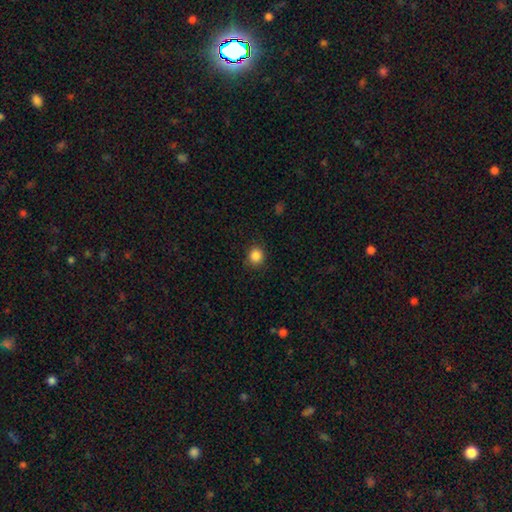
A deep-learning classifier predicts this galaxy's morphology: Q: Smooth or featured?
A: smooth (86%); runner-up: star or artifact (11%)
Q: How rounded?
A: round (88%); runner-up: in between (11%)
Q: Merging?
A: none (88%); runner-up: minor disturbance (9%)